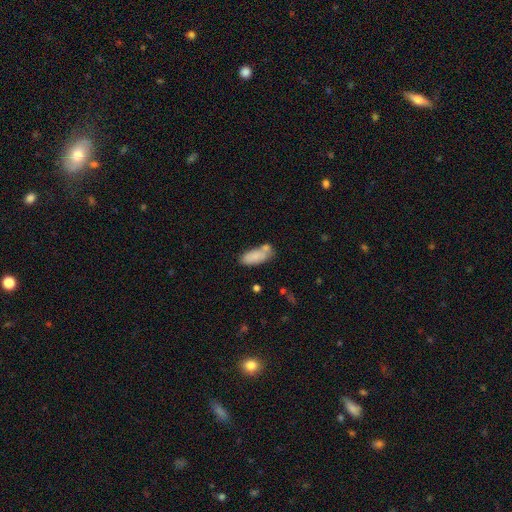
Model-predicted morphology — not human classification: Smooth or featured?
  - smooth: 82% *
  - featured or disk: 11%
  - star or artifact: 7%
How rounded?
  - in between: 81% *
  - cigar-shaped: 17%
  - round: 2%
Merging?
  - none: 52% *
  - merger: 22%
  - minor disturbance: 20%
  - major disturbance: 6%